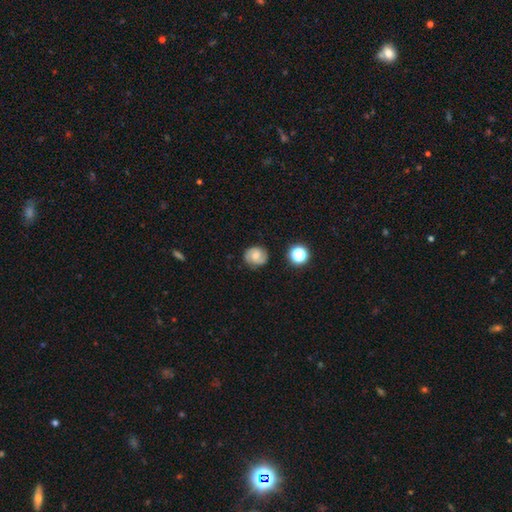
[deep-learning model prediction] smooth_or_featured: featured or disk (p=0.56) [alt: smooth p=0.34]
disk_edge_on: no (p=0.98) [alt: yes p=0.02]
bar: no (p=0.56) [alt: weak p=0.37]
has_spiral_arms: yes (p=0.92) [alt: no p=0.08]
spiral_winding: tight (p=0.45) [alt: medium p=0.43]
spiral_arm_count: 2 (p=0.82) [alt: can't tell p=0.09]
bulge_size: moderate (p=0.44) [alt: small p=0.37]
merging: none (p=0.80) [alt: minor disturbance p=0.14]